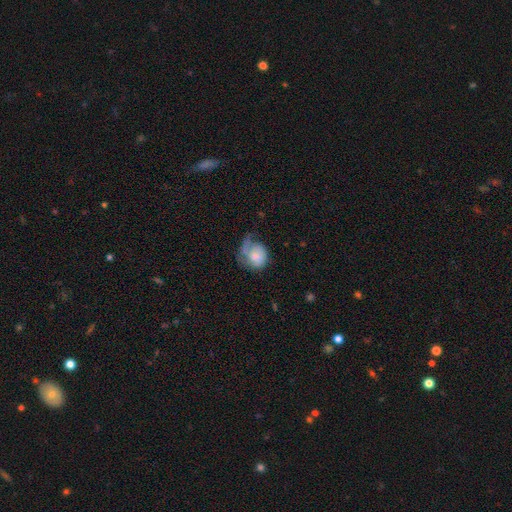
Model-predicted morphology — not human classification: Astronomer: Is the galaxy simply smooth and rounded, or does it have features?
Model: smooth — 47% (runner-up: featured or disk, 46%).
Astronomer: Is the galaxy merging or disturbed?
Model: major disturbance — 37% (runner-up: none, 31%).